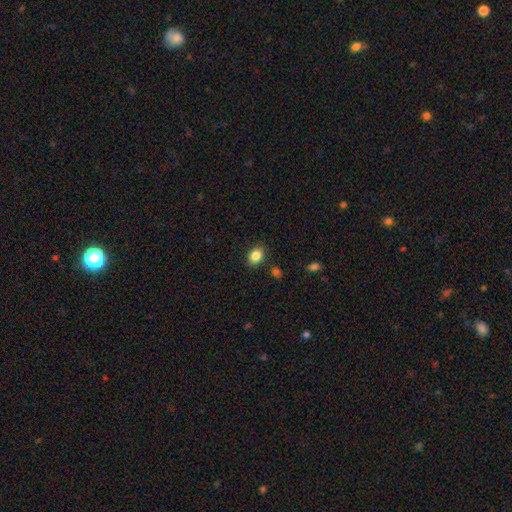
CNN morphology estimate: smooth-or-featured: smooth: 85% | star or artifact: 9% | featured or disk: 5%
  how-rounded: in between: 66% | round: 33% | cigar-shaped: 1%
  merging: none: 85% | minor disturbance: 10% | major disturbance: 3% | merger: 2%